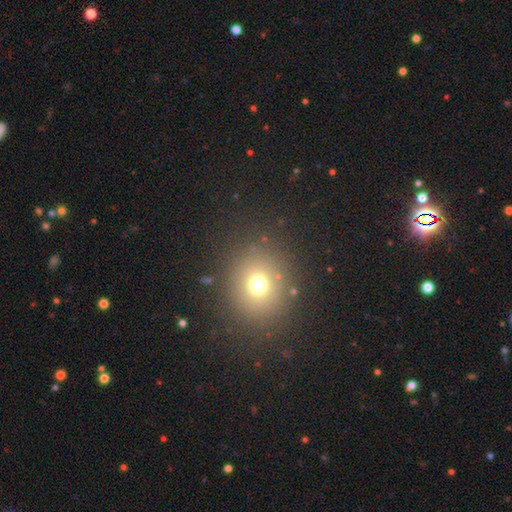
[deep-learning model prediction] Smooth or featured? Predicted: smooth (p=0.60). How rounded? Predicted: round (p=0.80). Merging? Predicted: none (p=0.90).